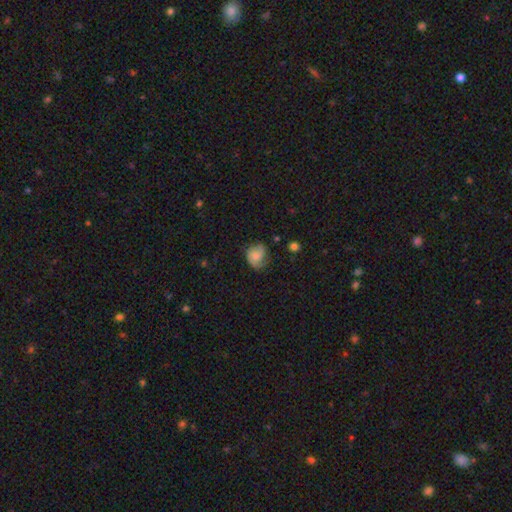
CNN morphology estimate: Q: Smooth or featured?
A: smooth (48%); runner-up: featured or disk (44%)
Q: Merging?
A: none (57%); runner-up: minor disturbance (28%)